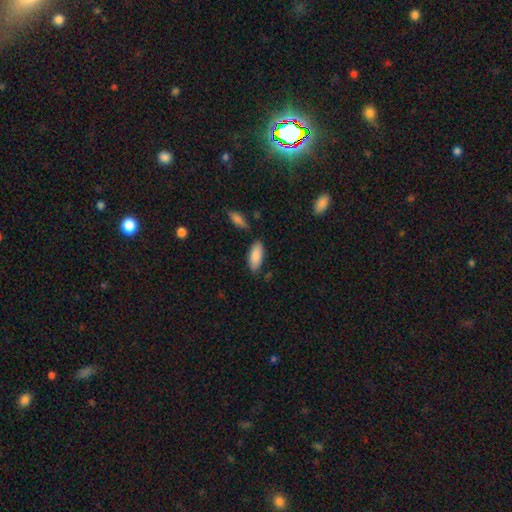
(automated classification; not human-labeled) The model was most divided on "merging": none: 78%, minor disturbance: 14%, merger: 4%, major disturbance: 3%. More confident: smooth or featured — smooth (87%); how rounded — in between (83%).